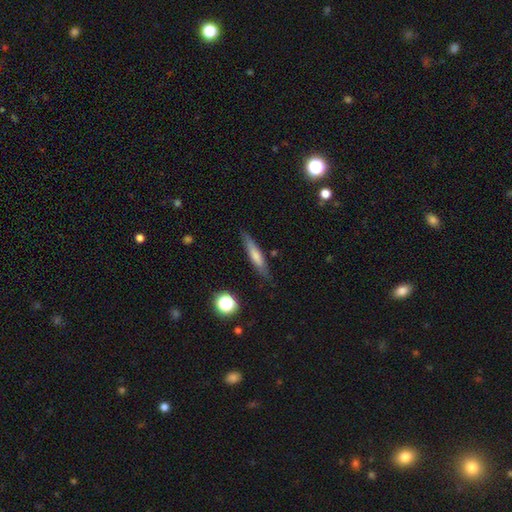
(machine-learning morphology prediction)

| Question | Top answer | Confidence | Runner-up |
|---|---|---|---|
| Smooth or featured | smooth | 67% | featured or disk (26%) |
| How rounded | cigar-shaped | 86% | in between (12%) |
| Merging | none | 83% | minor disturbance (12%) |